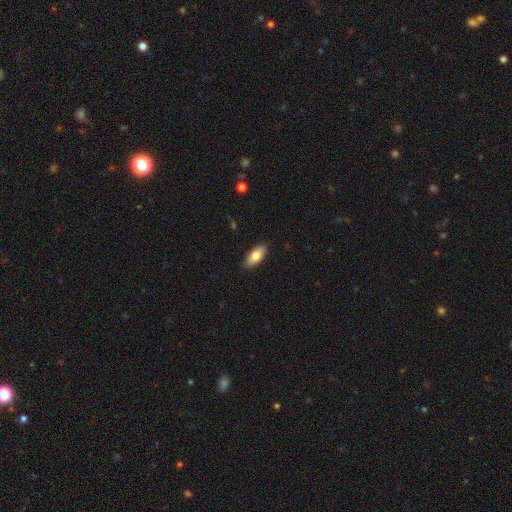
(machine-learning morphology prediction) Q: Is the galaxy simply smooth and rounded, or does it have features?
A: smooth — 80%.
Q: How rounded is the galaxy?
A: in between — 87%.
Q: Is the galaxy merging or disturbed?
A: none — 89%.